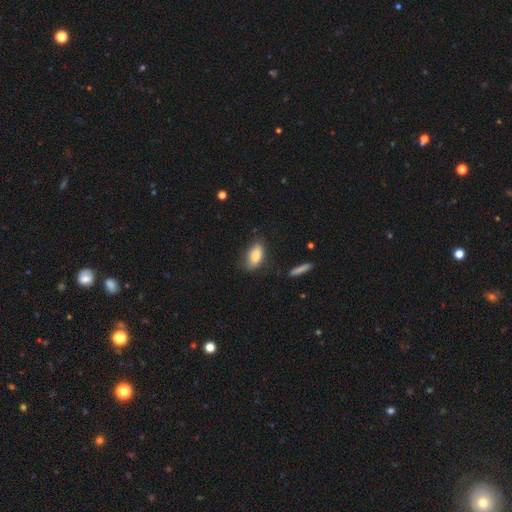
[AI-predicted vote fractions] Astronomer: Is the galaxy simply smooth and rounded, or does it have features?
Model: smooth — 84%.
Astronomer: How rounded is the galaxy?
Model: in between — 89%.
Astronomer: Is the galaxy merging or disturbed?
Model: none — 68%.